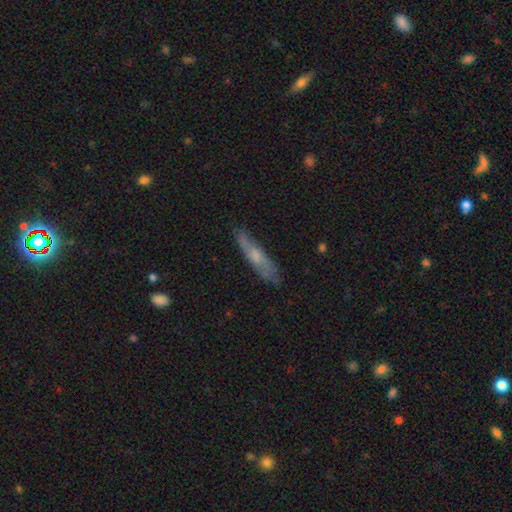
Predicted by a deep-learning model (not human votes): This appears to be a smooth galaxy with no disk features (50%) that is cigar-shaped (82%). Merging: none (74%).